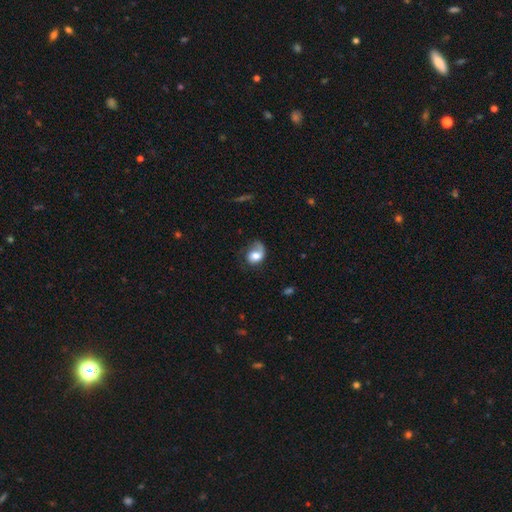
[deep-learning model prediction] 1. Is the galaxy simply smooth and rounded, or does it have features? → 54% smooth, 38% featured or disk, 8% star or artifact.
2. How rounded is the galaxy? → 58% in between, 41% round, 1% cigar-shaped.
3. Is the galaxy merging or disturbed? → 37% none, 32% major disturbance, 28% minor disturbance, 3% merger.